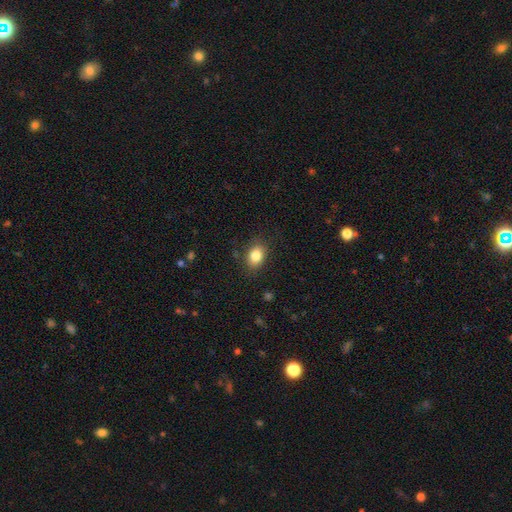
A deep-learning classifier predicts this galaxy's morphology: A smooth galaxy with no disk features (84%) that is in between round and cigar-shaped (68%). Merging: none (83%).